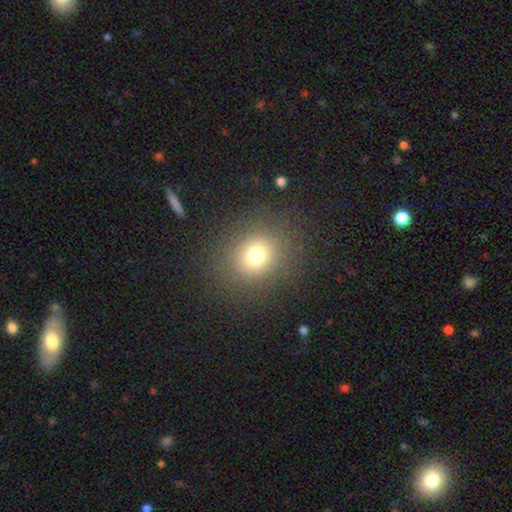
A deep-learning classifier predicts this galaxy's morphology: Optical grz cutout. It shows a smooth galaxy with no disk features (74%) that is round (76%). Merging: none (86%).